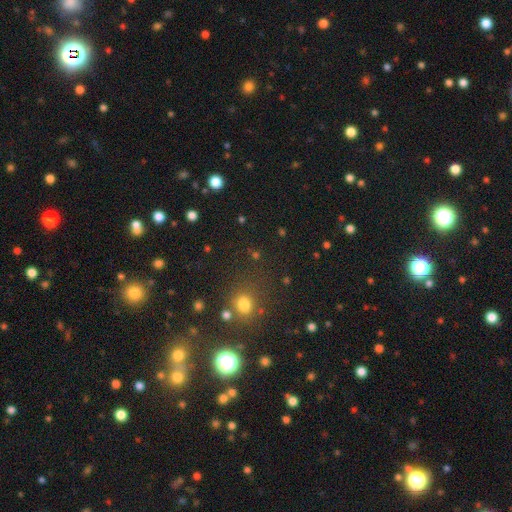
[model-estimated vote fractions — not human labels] Smooth or featured? smooth (53%)
How rounded? round (82%)
Merging? none (80%)